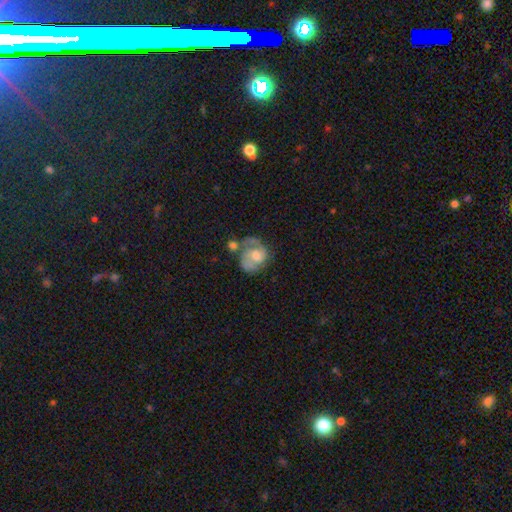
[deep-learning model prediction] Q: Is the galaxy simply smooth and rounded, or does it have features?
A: featured or disk — 70%.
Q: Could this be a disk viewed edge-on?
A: no — 98%.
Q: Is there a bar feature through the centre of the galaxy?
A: no — 65%.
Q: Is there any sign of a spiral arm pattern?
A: yes — 87%.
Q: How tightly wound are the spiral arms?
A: medium — 44%.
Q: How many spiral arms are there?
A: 2 — 63%.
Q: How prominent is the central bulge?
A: moderate — 55%.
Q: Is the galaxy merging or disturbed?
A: none — 41%.